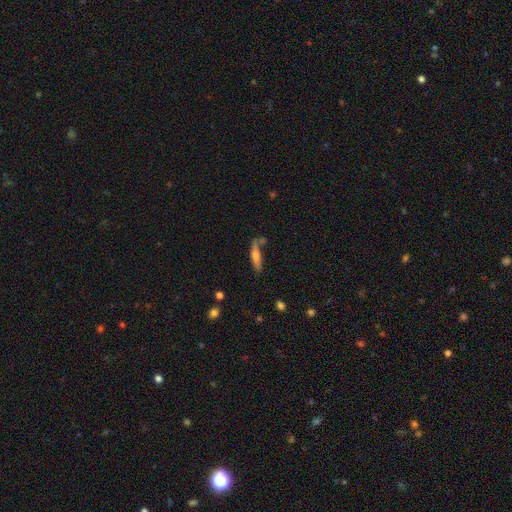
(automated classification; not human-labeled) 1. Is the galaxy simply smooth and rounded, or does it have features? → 50% smooth, 42% featured or disk, 8% star or artifact.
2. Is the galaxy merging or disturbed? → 63% none, 19% minor disturbance, 11% merger, 6% major disturbance.